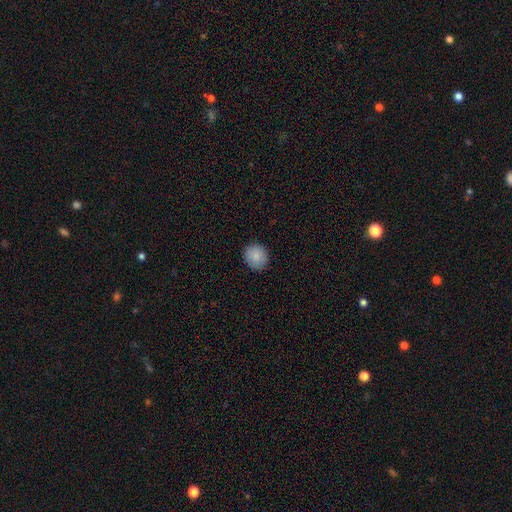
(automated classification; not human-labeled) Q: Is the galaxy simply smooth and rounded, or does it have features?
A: smooth — 87%.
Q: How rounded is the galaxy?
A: round — 84%.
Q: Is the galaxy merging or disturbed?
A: none — 90%.